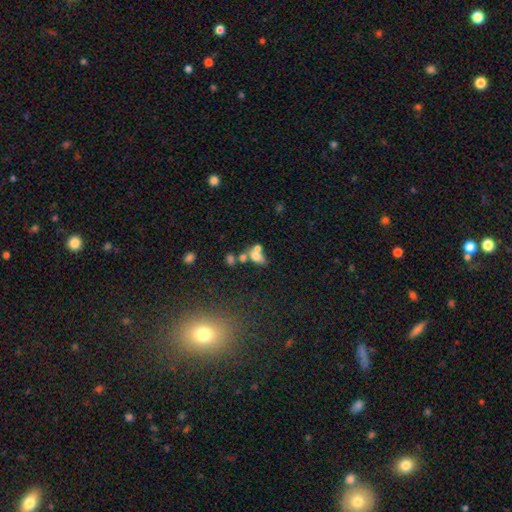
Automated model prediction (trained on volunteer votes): Smooth or featured? Predicted: smooth (p=0.63). How rounded? Predicted: in between (p=0.76). Merging? Predicted: merger (p=0.53).